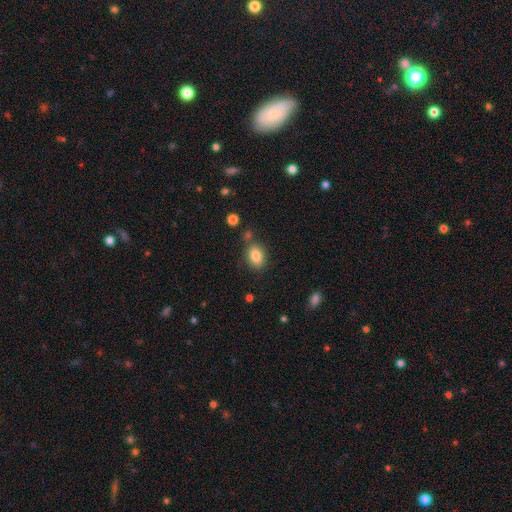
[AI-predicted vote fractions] Morphology: type=smooth (83%); roundness=in between (76%); merging=none (73%).